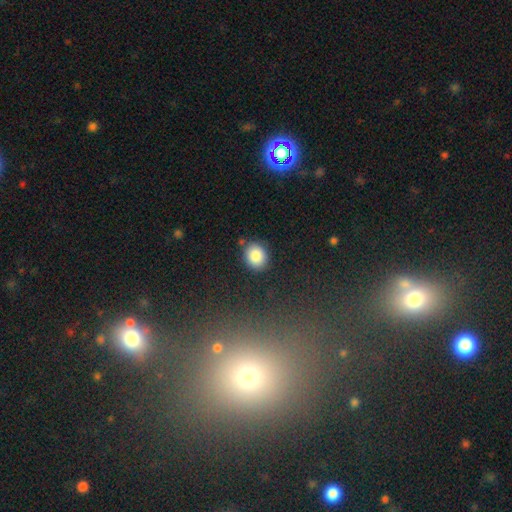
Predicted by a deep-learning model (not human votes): Smooth or featured: smooth — 86% (star or artifact — 9%)
How rounded: round — 68% (in between — 31%)
Merging: none — 84% (minor disturbance — 10%)